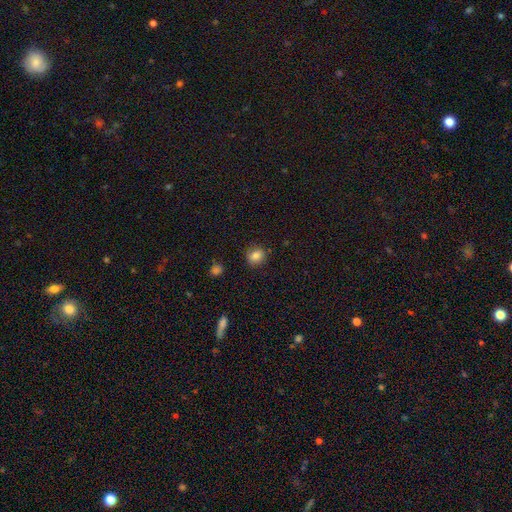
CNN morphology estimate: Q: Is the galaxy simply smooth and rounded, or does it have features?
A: smooth — 84%.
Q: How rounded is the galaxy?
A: round — 74%.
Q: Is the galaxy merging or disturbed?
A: none — 84%.